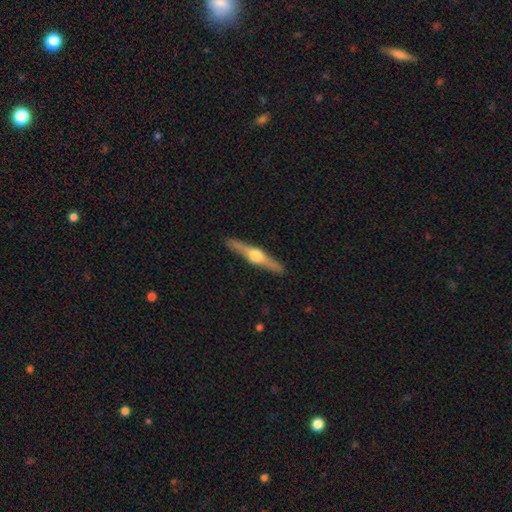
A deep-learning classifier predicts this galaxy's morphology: smooth_or_featured: featured or disk (p=0.78) [alt: smooth p=0.17]
disk_edge_on: yes (p=0.98) [alt: no p=0.02]
edge_on_bulge: rounded (p=0.96) [alt: boxy p=0.02]
merging: none (p=0.91) [alt: minor disturbance p=0.06]